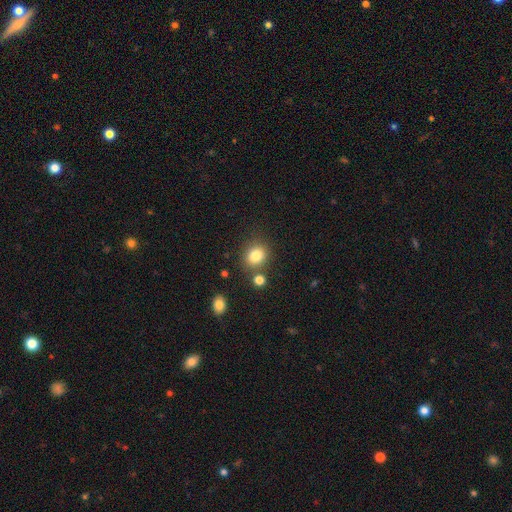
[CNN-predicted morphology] Smooth or featured? smooth (82%)
How rounded? round (66%)
Merging? none (75%)